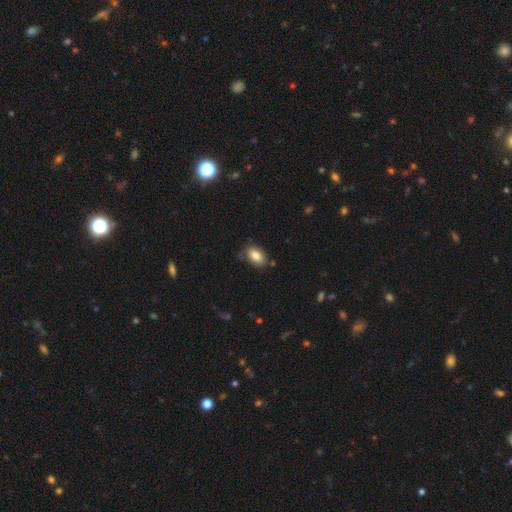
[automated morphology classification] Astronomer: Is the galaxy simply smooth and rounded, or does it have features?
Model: smooth — 83%.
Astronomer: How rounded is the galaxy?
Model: in between — 89%.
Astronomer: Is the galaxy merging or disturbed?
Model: none — 78%.